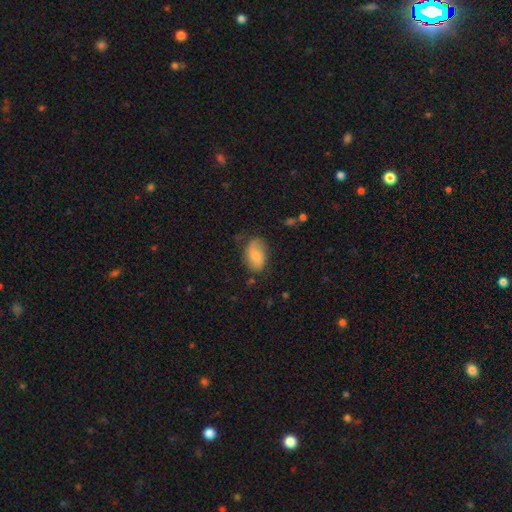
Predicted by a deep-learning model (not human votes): smooth-or-featured: smooth: 71% | featured or disk: 23% | star or artifact: 7%
  how-rounded: in between: 90% | round: 9% | cigar-shaped: 1%
  merging: none: 69% | minor disturbance: 23% | major disturbance: 6% | merger: 2%